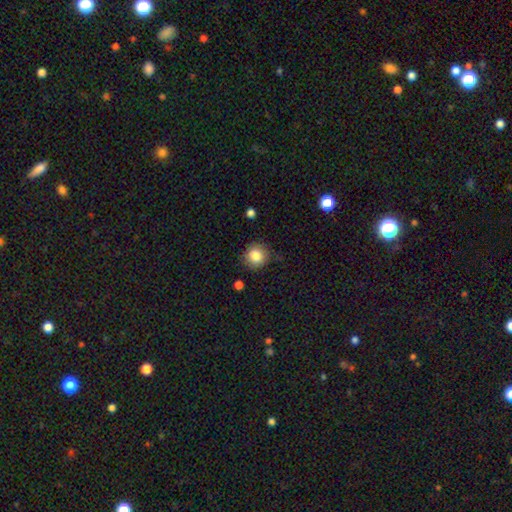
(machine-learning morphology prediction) Smooth or featured? smooth (84%)
How rounded? round (90%)
Merging? none (80%)